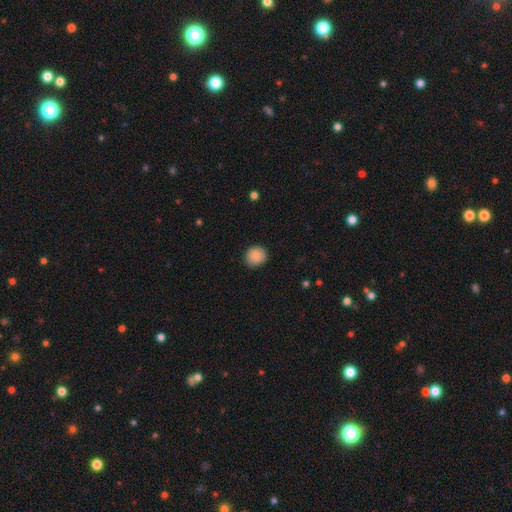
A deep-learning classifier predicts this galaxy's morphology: smooth-or-featured: smooth: 87% | star or artifact: 8% | featured or disk: 5%
  how-rounded: round: 81% | in between: 18% | cigar-shaped: 1%
  merging: none: 86% | minor disturbance: 11% | major disturbance: 2% | merger: 1%